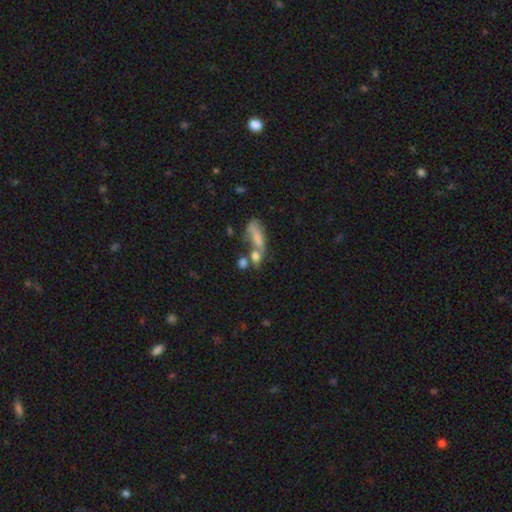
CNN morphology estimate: smooth 64%, featured or disk 23%, star or artifact 13%. Down the decision tree: how rounded — in between (59%); merging — merger (46%).